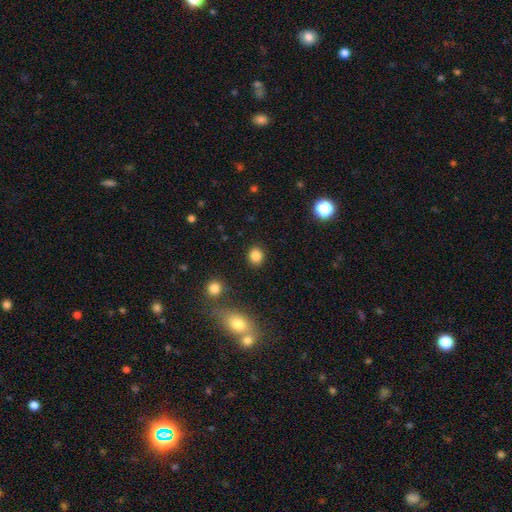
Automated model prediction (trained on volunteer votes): Q: Smooth or featured?
A: smooth (85%); runner-up: star or artifact (11%)
Q: How rounded?
A: round (72%); runner-up: in between (27%)
Q: Merging?
A: none (89%); runner-up: minor disturbance (7%)